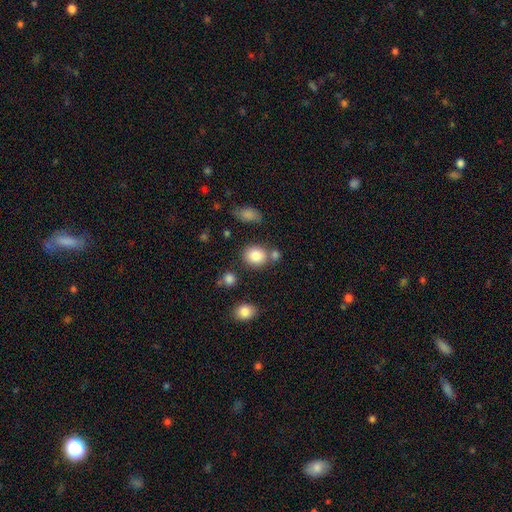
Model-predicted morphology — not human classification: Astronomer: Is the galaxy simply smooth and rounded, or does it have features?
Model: smooth — 84%.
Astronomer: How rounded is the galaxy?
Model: round — 65%.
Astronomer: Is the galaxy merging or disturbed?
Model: none — 69%.